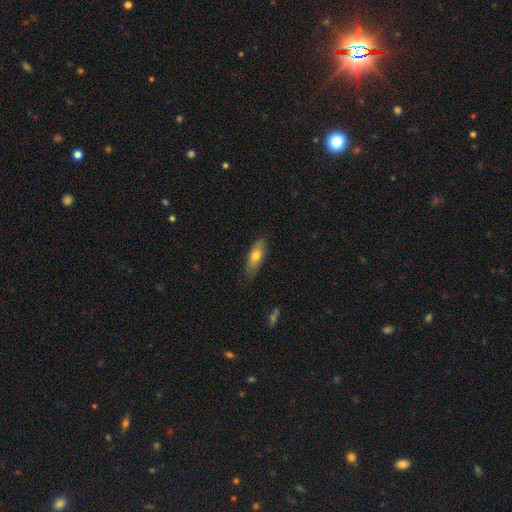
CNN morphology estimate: smooth_or_featured: smooth (p=0.71) [alt: featured or disk p=0.23]
how_rounded: in between (p=0.68) [alt: cigar-shaped p=0.29]
merging: none (p=0.76) [alt: minor disturbance p=0.20]